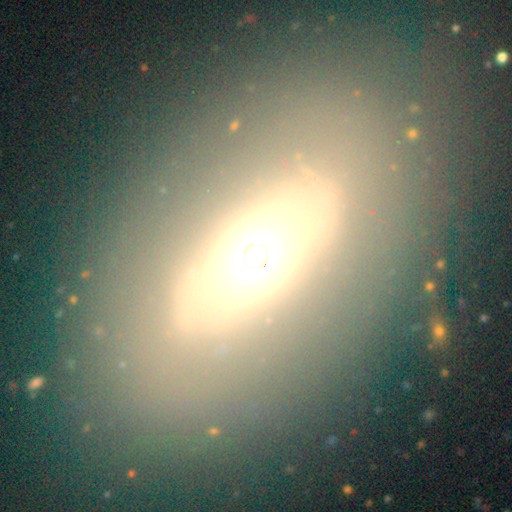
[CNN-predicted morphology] This appears to be a featured or disk galaxy (51%). Merging: none (70%).